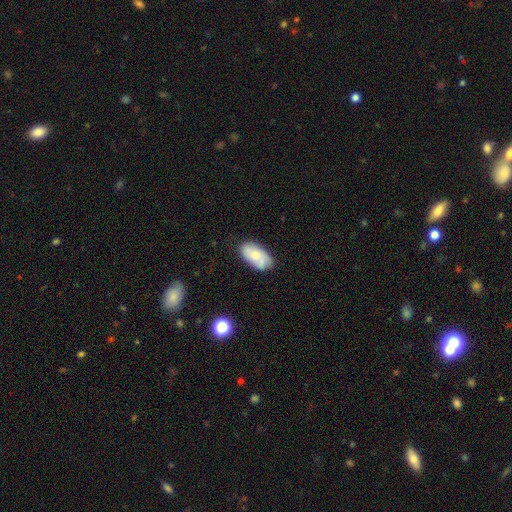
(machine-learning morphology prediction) Smooth or featured? Predicted: smooth (p=0.56). How rounded? Predicted: in between (p=0.93). Merging? Predicted: none (p=0.71).